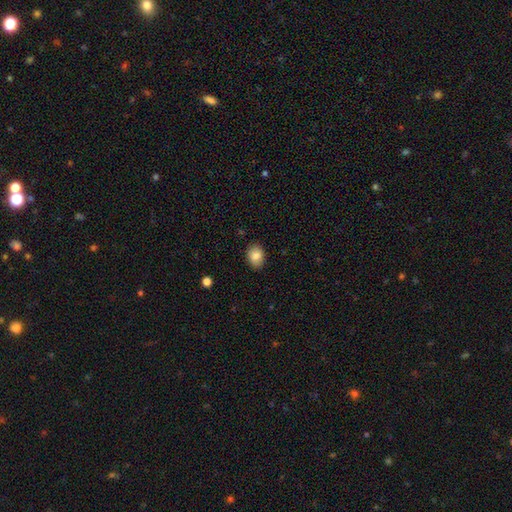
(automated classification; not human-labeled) Smooth or featured? Predicted: smooth (p=0.86). How rounded? Predicted: in between (p=0.69). Merging? Predicted: none (p=0.87).